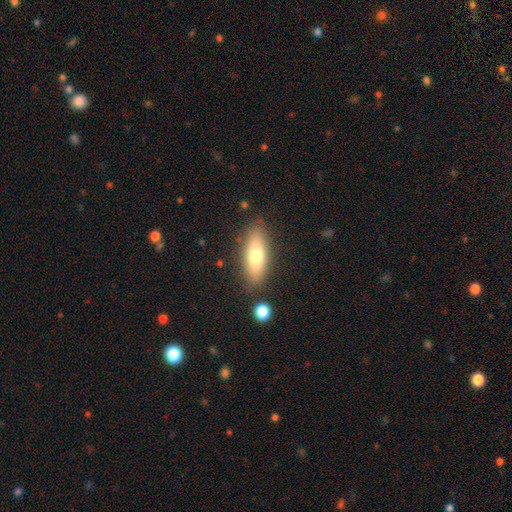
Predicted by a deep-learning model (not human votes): Smooth or featured: smooth — 71% (featured or disk — 22%)
How rounded: in between — 63% (cigar-shaped — 35%)
Merging: none — 83% (minor disturbance — 11%)